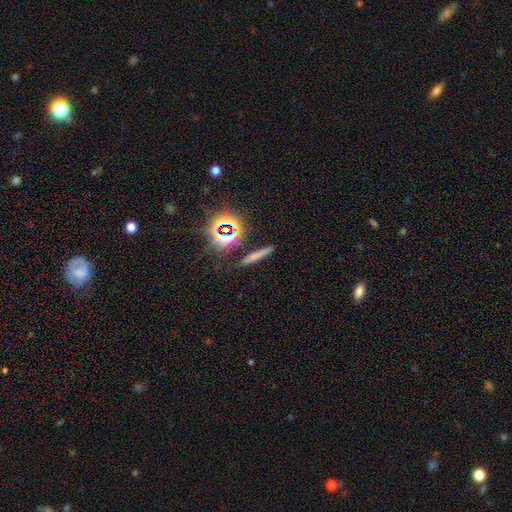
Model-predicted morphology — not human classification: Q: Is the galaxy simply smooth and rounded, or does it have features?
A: smooth — 58%.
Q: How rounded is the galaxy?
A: cigar-shaped — 88%.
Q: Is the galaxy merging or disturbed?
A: none — 86%.